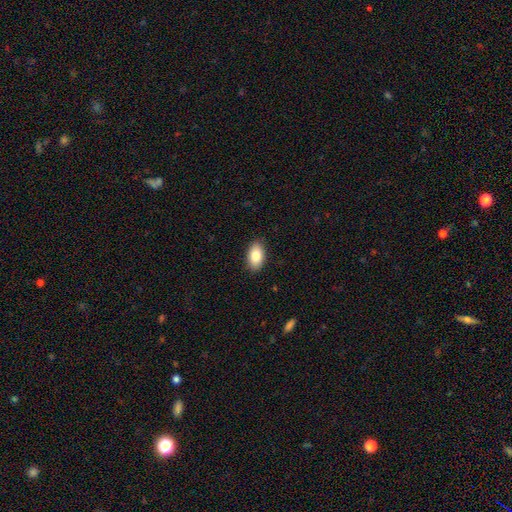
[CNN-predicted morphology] Smooth or featured?
  - smooth: 85% *
  - featured or disk: 8%
  - star or artifact: 7%
How rounded?
  - in between: 93% *
  - round: 5%
  - cigar-shaped: 2%
Merging?
  - none: 88% *
  - minor disturbance: 9%
  - major disturbance: 2%
  - merger: 1%